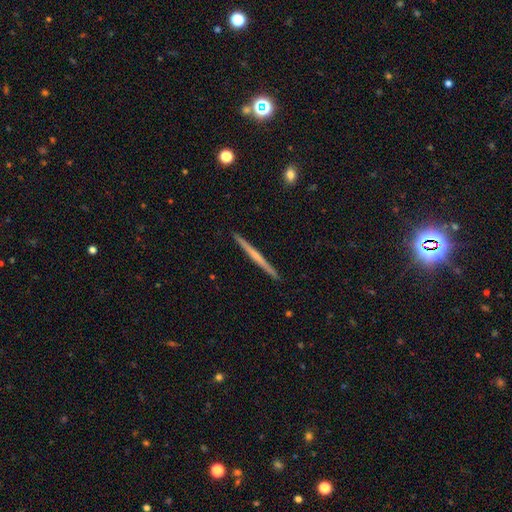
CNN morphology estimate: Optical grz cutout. It shows a featured or disk galaxy (63%) viewed edge-on (98%) with no central bulge (66%). Merging: none (93%).